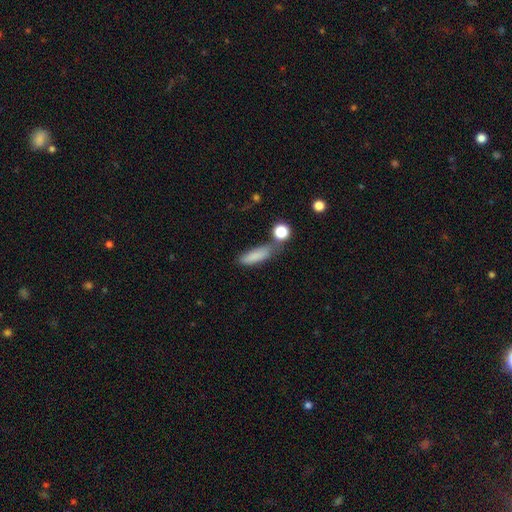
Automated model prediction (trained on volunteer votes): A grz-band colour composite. It shows a smooth galaxy with no disk features (83%) that is in between round and cigar-shaped (50%). Merging: none (57%).